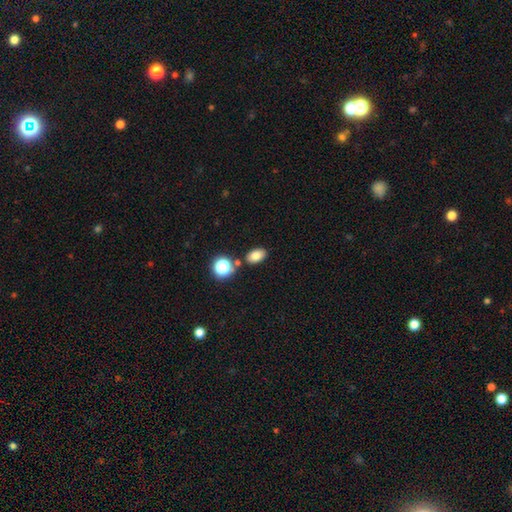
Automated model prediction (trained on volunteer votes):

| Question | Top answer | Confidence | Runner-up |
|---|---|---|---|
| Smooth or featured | smooth | 79% | star or artifact (12%) |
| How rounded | in between | 86% | round (13%) |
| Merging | none | 80% | minor disturbance (10%) |